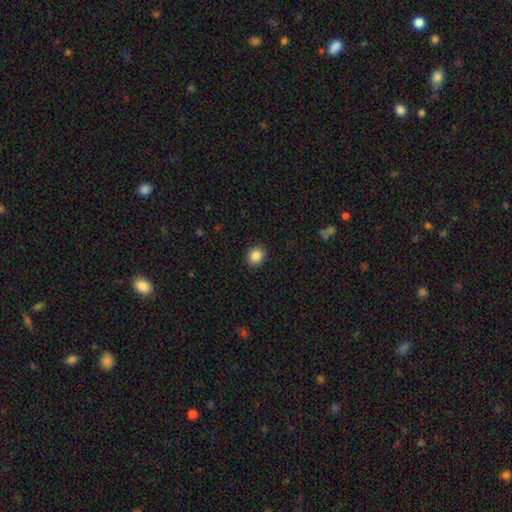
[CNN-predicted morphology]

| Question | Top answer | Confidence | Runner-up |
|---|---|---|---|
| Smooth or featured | smooth | 87% | star or artifact (9%) |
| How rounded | round | 60% | in between (39%) |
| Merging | none | 91% | minor disturbance (6%) |